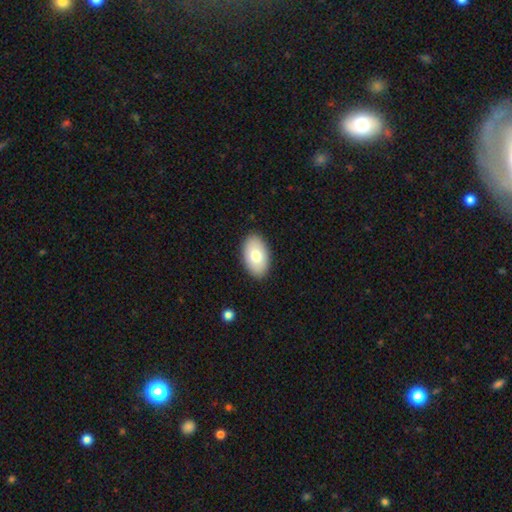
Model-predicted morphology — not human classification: Smooth or featured? smooth (78%)
How rounded? in between (94%)
Merging? none (89%)